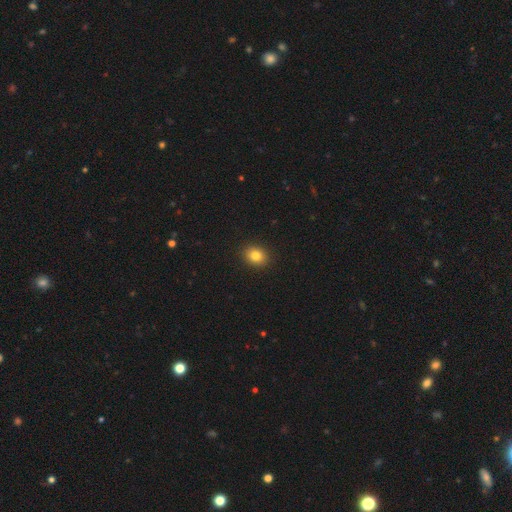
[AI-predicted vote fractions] Smooth or featured? smooth (83%)
How rounded? round (54%)
Merging? none (91%)